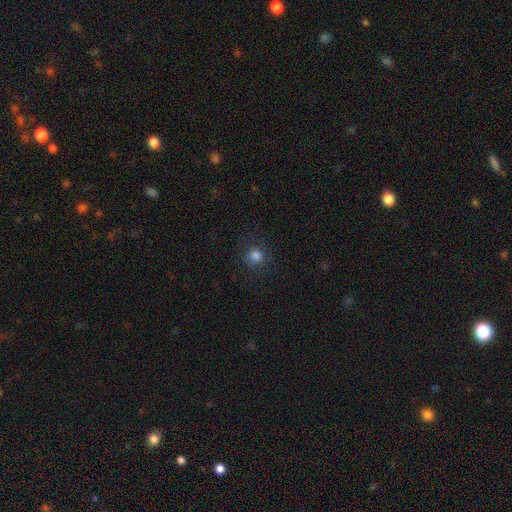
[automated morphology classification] Q: Smooth or featured?
A: smooth (82%); runner-up: star or artifact (13%)
Q: How rounded?
A: round (91%); runner-up: in between (8%)
Q: Merging?
A: none (86%); runner-up: minor disturbance (9%)